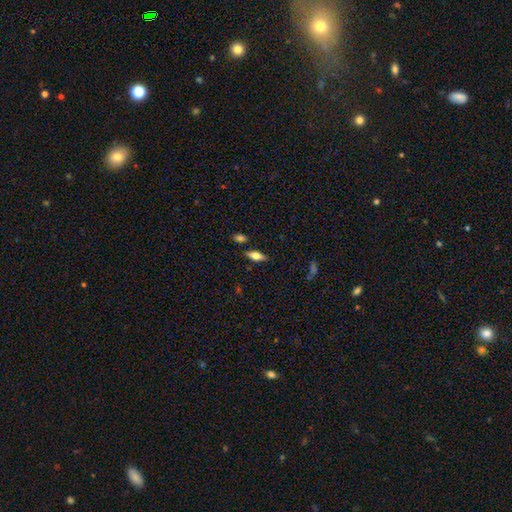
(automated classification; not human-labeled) smooth 58%, featured or disk 34%, star or artifact 8%. Down the decision tree: how rounded — in between (67%); merging — none (83%).